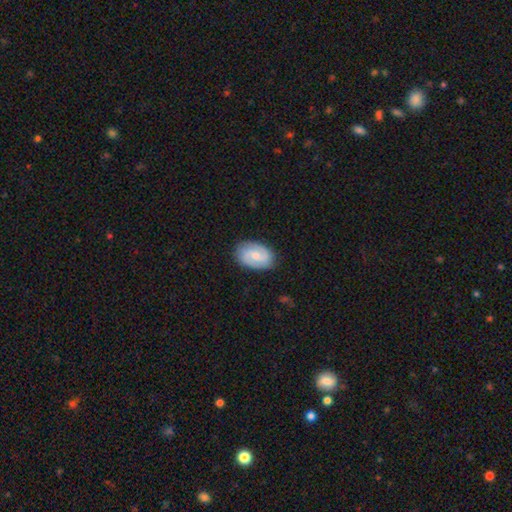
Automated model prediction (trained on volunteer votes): The model was most divided on "bulge size": moderate: 43%, small: 39%, none: 12%, large: 5%, dominant: 1%. Remaining: edge-on disk — no (97%); spiral arms — yes (93%); spiral arm count — 2 (85%); merging — none (84%); smooth or featured — featured or disk (66%); bar — weak (50%); spiral winding — medium (45%).